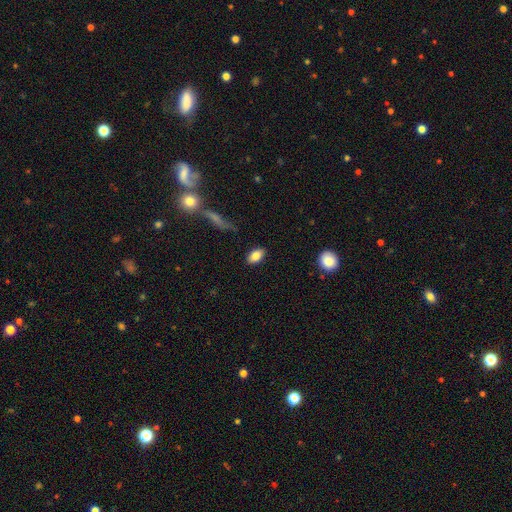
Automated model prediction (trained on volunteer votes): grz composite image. It shows a smooth galaxy with no disk features (83%) that is in between round and cigar-shaped (90%). Merging: none (86%).